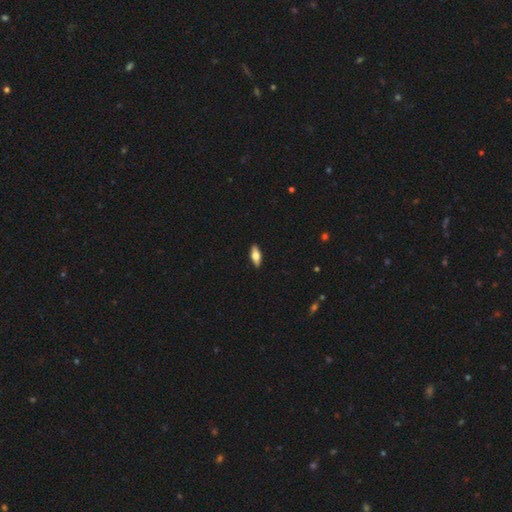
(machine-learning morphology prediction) Q: Smooth or featured?
A: smooth (59%); runner-up: featured or disk (34%)
Q: How rounded?
A: in between (76%); runner-up: cigar-shaped (21%)
Q: Merging?
A: none (91%); runner-up: minor disturbance (7%)